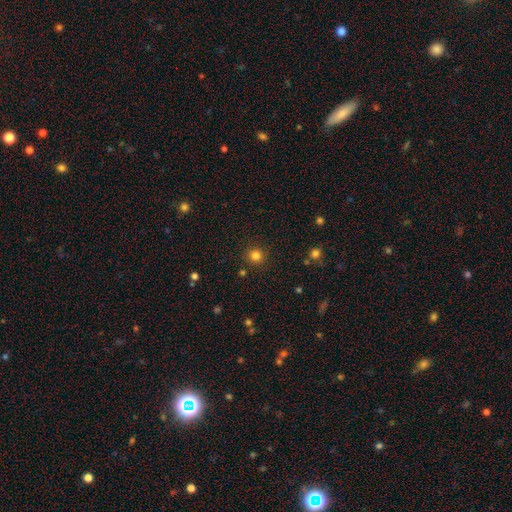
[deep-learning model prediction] A smooth galaxy with no disk features (82%) that is round (94%). Merging: none (89%).